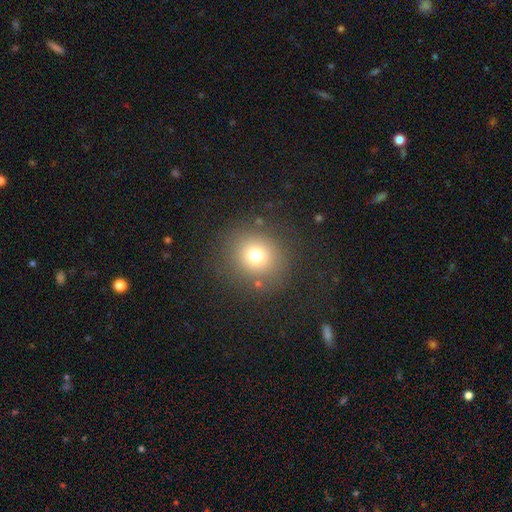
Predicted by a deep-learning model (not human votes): smooth 74%, star or artifact 16%, featured or disk 11%. Down the decision tree: how rounded — round (84%); merging — none (83%).